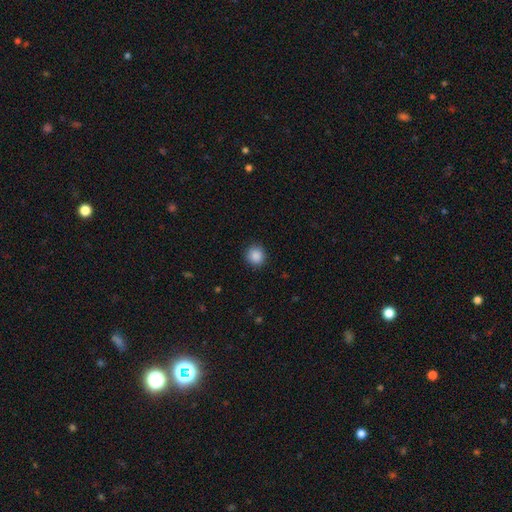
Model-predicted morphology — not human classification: smooth_or_featured: smooth (p=0.88) [alt: star or artifact p=0.09]
how_rounded: round (p=0.90) [alt: in between p=0.09]
merging: none (p=0.90) [alt: minor disturbance p=0.07]